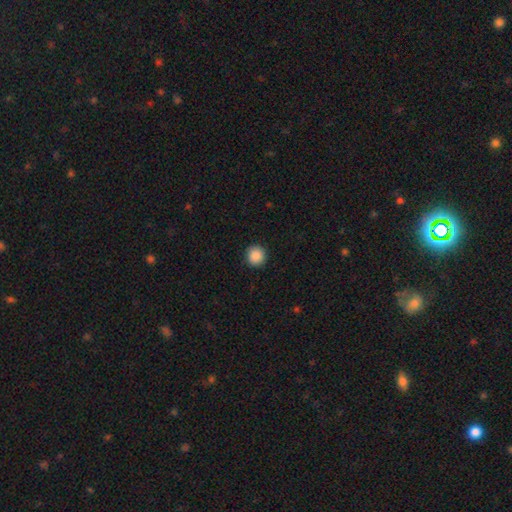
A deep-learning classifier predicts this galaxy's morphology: Smooth or featured? smooth (88%)
How rounded? round (93%)
Merging? none (91%)